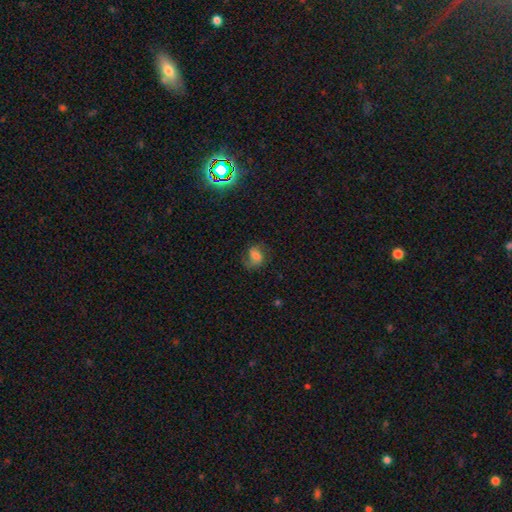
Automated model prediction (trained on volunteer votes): smooth-or-featured: smooth: 45% | featured or disk: 43% | star or artifact: 11%
  merging: none: 61% | minor disturbance: 22% | major disturbance: 15% | merger: 2%